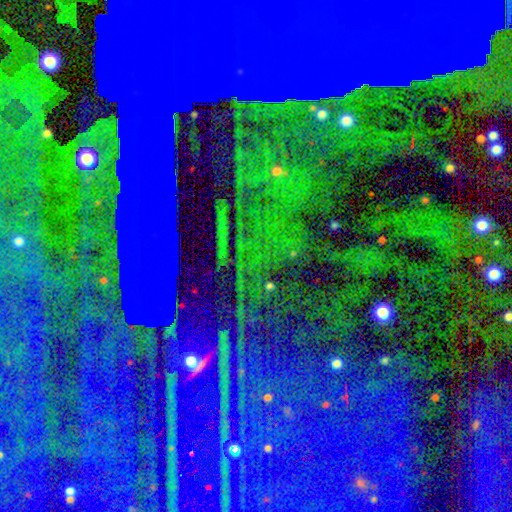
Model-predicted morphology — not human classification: Smooth or featured? Predicted: star or artifact (p=0.86).